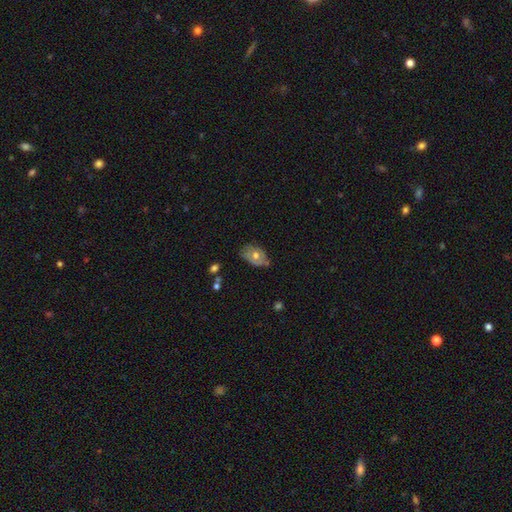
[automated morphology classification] type=smooth (49%); merging=none (52%).